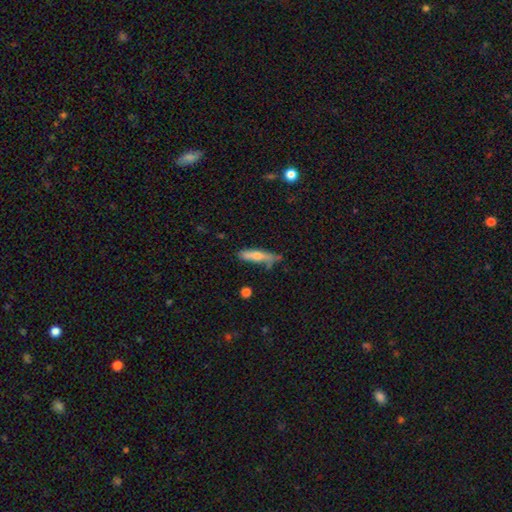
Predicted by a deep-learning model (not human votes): Overall: smooth (55%; featured or disk 38%). How rounded: cigar-shaped (83%). Merging: none (63%; minor disturbance 26%).